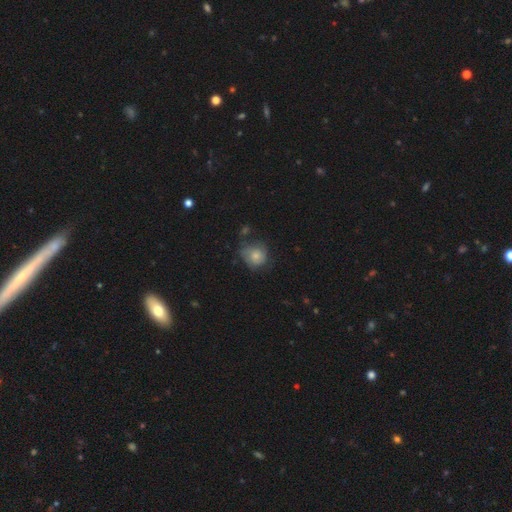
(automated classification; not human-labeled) This appears to be a smooth galaxy with no disk features (71%) that is round (75%). Merging: none (49%).